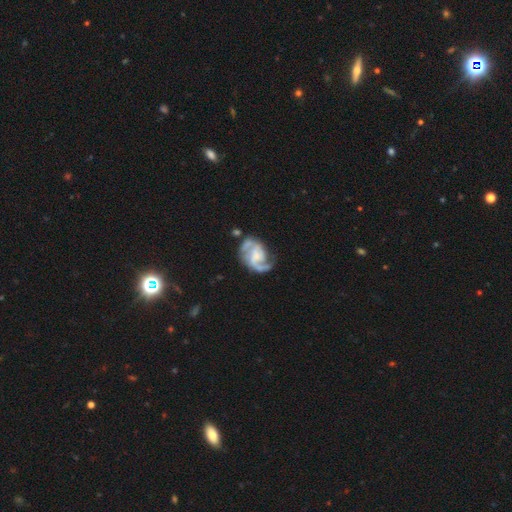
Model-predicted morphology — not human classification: A featured or disk galaxy (87%) with a weak bar (43%), 2 (75%) medium (52%) spiral arms (96%) and no central bulge (37%).

Vote fractions:
- Smooth or featured? featured or disk: 87% / smooth: 8% / star or artifact: 5%
- Edge-on disk? no: 98% / yes: 2%
- Bar? weak: 43% / no: 42% / strong: 15%
- Spiral arms? yes: 96% / no: 4%
- Spiral winding? medium: 52% / tight: 24% / loose: 24%
- Spiral arm count? 2: 75% / 3: 11% / can't tell: 7% / 1: 4% / 4: 2% / more than 4: 2%
- Bulge size? none: 37% / small: 31% / moderate: 23% / large: 8% / dominant: 2%
- Merging? none: 59% / minor disturbance: 21% / major disturbance: 16% / merger: 4%